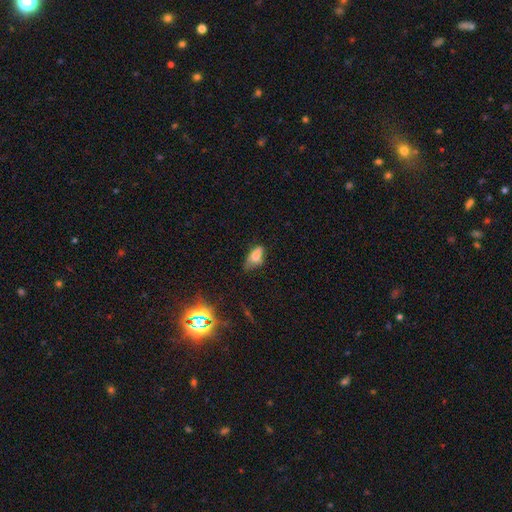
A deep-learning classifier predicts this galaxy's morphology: Smooth or featured? Predicted: smooth (p=0.69). How rounded? Predicted: in between (p=0.86). Merging? Predicted: none (p=0.41).